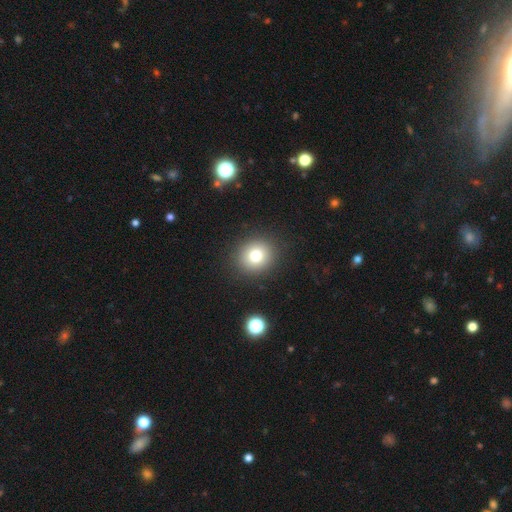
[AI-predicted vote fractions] Q: Smooth or featured?
A: smooth (77%); runner-up: star or artifact (13%)
Q: How rounded?
A: round (84%); runner-up: in between (16%)
Q: Merging?
A: none (90%); runner-up: minor disturbance (6%)